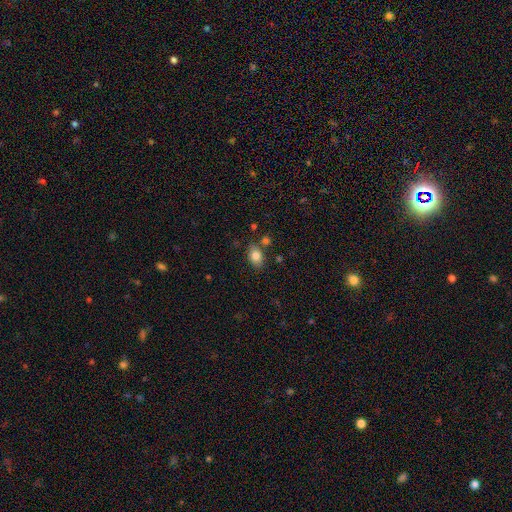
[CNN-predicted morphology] A smooth galaxy with no disk features (82%) that is in between round and cigar-shaped (79%). Merging: none (75%).